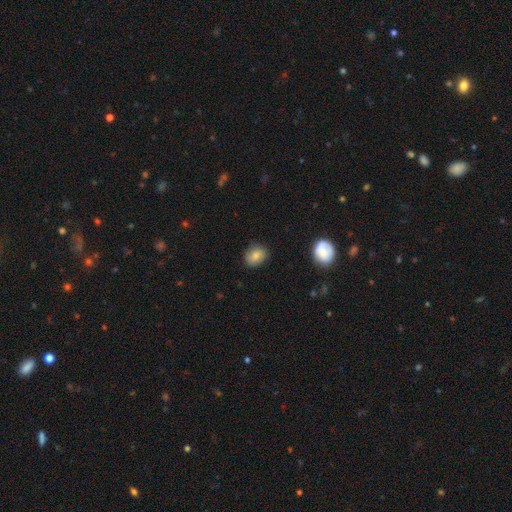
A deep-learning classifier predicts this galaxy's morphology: Smooth or featured?
  - smooth: 79% *
  - featured or disk: 12%
  - star or artifact: 9%
How rounded?
  - round: 59% *
  - in between: 40%
  - cigar-shaped: 1%
Merging?
  - none: 82% *
  - minor disturbance: 14%
  - major disturbance: 3%
  - merger: 1%